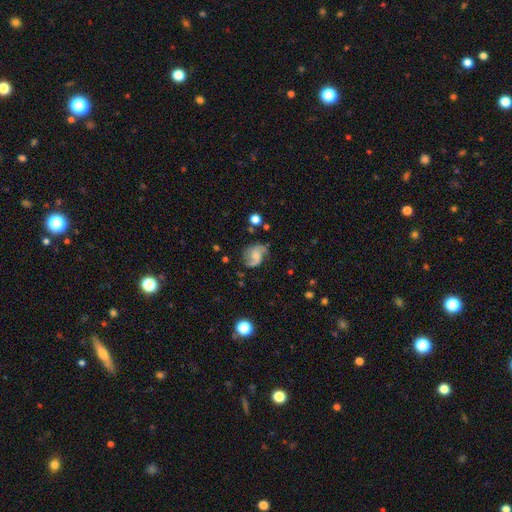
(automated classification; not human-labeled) featured or disk 70%, smooth 21%, star or artifact 9%. Down the decision tree: edge-on disk — no (98%); bar — no (62%); spiral arms — yes (93%); spiral arm count — 2 (80%); spiral winding — medium (47%); bulge size — small (37%); merging — none (63%).